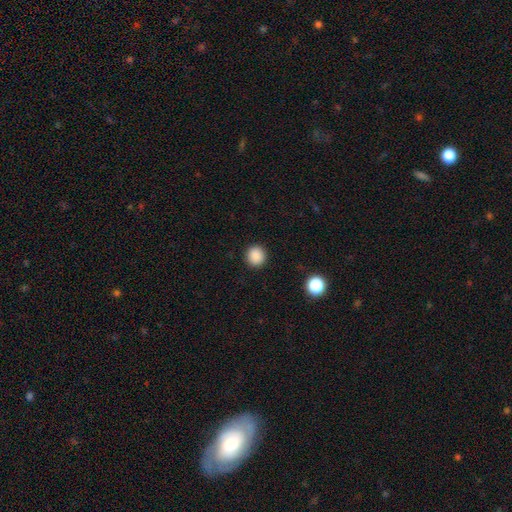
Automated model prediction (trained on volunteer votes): Smooth or featured? Predicted: smooth (p=0.88). How rounded? Predicted: round (p=0.90). Merging? Predicted: none (p=0.92).